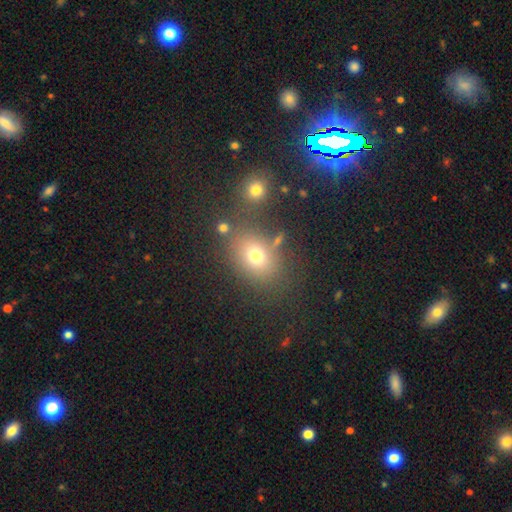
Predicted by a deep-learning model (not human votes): Smooth or featured: smooth — 71% (star or artifact — 17%)
How rounded: in between — 59% (round — 40%)
Merging: none — 71% (minor disturbance — 12%)